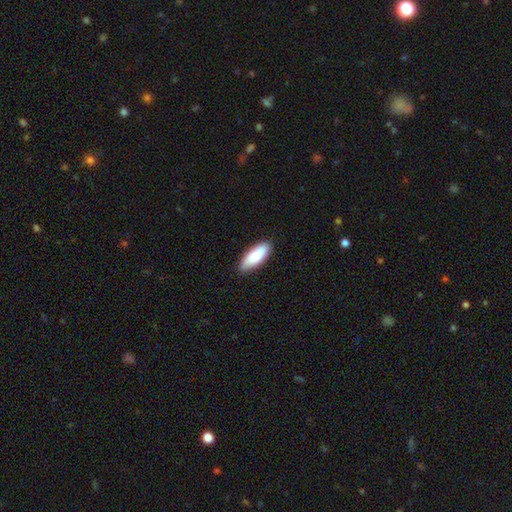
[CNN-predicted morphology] The model was most divided on "how rounded": in between: 72%, cigar-shaped: 26%, round: 2%. More confident: smooth or featured — smooth (87%); merging — none (86%).